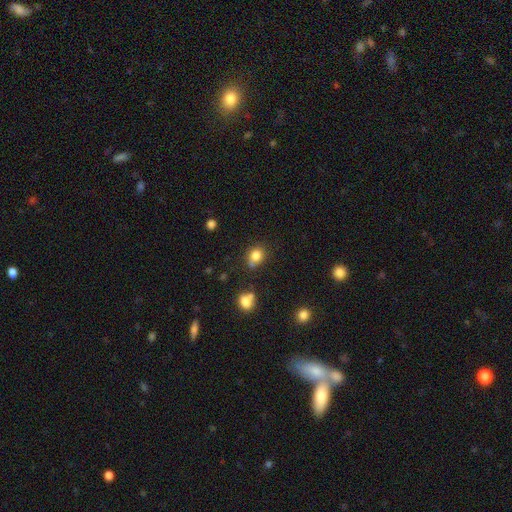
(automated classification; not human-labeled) Overall: smooth (81%). How rounded: round (68%; in between 31%). Merging: none (61%).